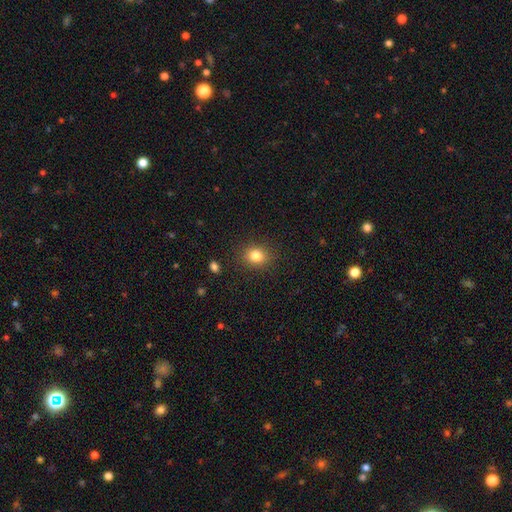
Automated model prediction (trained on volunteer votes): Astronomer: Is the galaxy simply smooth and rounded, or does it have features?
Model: smooth — 83%.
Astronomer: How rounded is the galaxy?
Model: round — 70%.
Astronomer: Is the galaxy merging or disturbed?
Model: none — 88%.